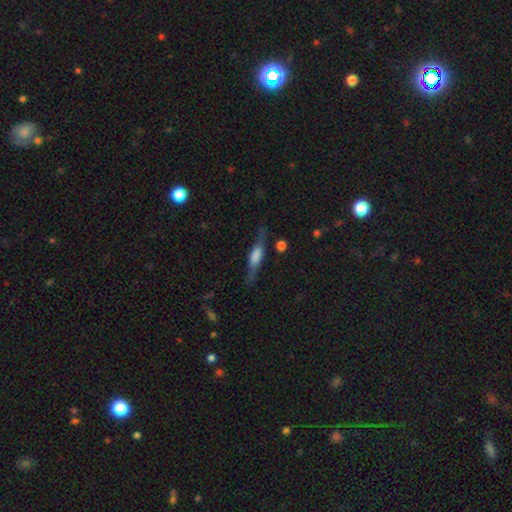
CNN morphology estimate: Smooth or featured? Predicted: featured or disk (p=0.57). Edge-on disk? Predicted: yes (p=0.90). Edge-on bulge? Predicted: rounded (p=0.49). Merging? Predicted: none (p=0.73).